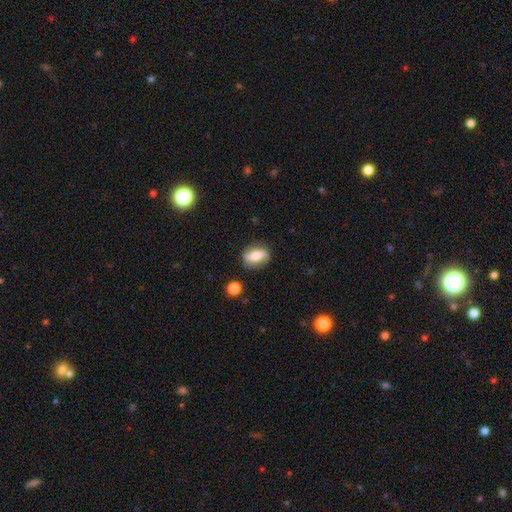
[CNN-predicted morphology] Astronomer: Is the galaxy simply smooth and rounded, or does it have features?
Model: smooth — 48% (runner-up: featured or disk, 44%).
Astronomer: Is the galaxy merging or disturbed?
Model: none — 80%.